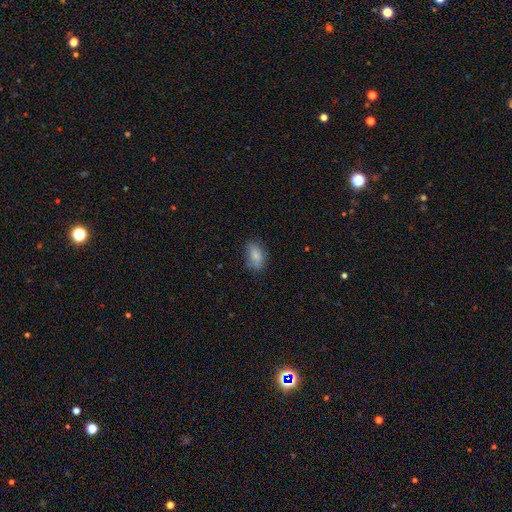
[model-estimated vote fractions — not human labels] Overall: smooth (83%). How rounded: in between (88%). Merging: none (72%).